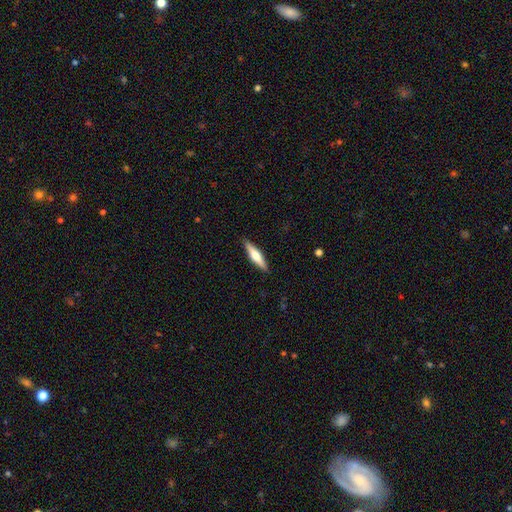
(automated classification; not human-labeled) Smooth or featured? smooth (50%)
How rounded? cigar-shaped (78%)
Merging? none (90%)